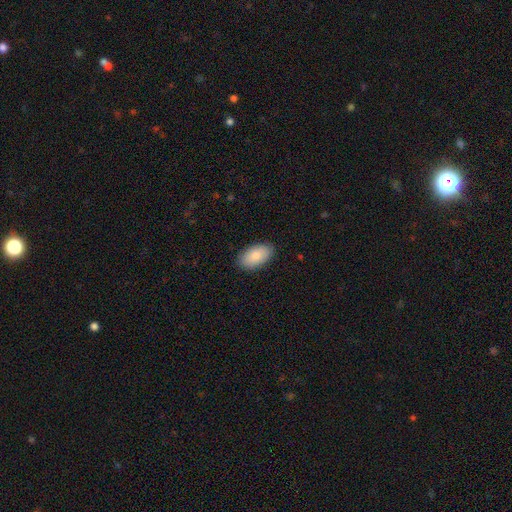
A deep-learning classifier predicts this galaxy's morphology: smooth 86%, featured or disk 8%, star or artifact 6%. Down the decision tree: how rounded — in between (95%); merging — none (87%).